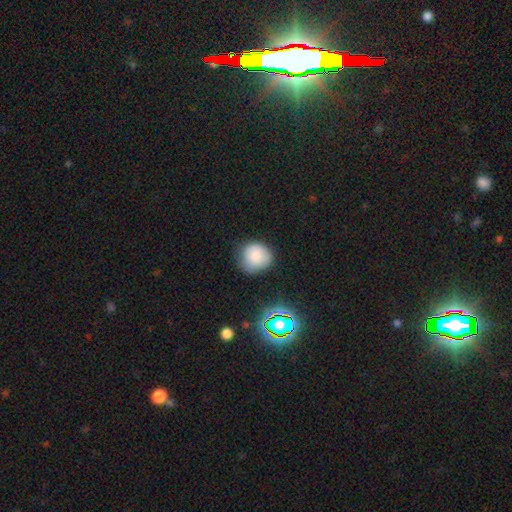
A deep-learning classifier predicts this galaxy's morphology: smooth 81%, star or artifact 11%, featured or disk 8%. Down the decision tree: how rounded — round (85%); merging — none (68%).